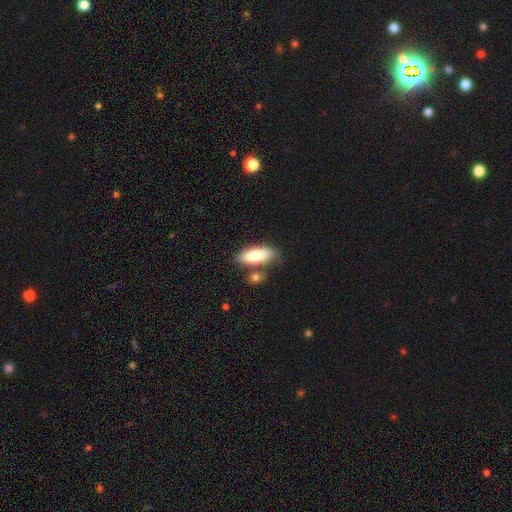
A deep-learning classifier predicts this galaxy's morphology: Smooth or featured? smooth (83%)
How rounded? in between (76%)
Merging? none (66%)